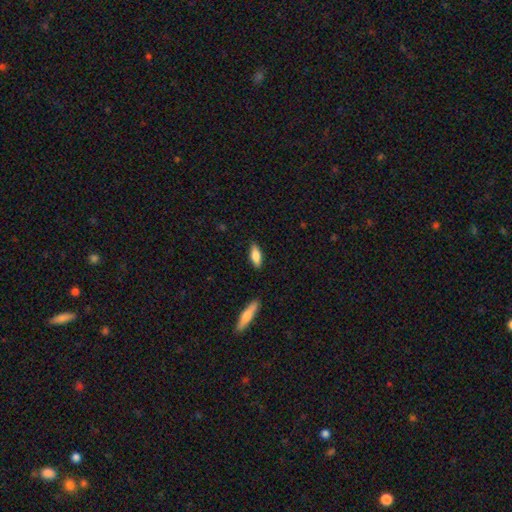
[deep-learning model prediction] This appears to be a smooth galaxy with no disk features (81%) that is in between round and cigar-shaped (65%). Merging: none (85%).